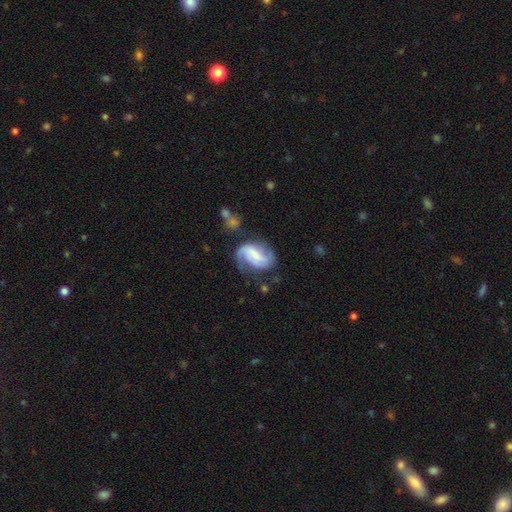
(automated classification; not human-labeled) This is likely a featured or disk galaxy (68%). It is clearly not viewed edge-on (97%). Bar: marginally weak (45%). Spiral arm pattern: clearly yes (90%). Spiral arm count: likely 2 (78%). Spiral winding: marginally loose (43%). Central bulge: marginally small (37%). Merging: possibly none (57%).